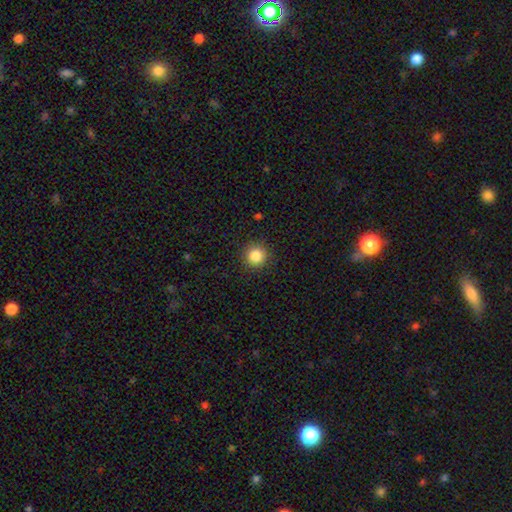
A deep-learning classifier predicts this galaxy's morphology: Smooth or featured: smooth — 85% (star or artifact — 10%)
How rounded: round — 95% (in between — 4%)
Merging: none — 91% (minor disturbance — 6%)